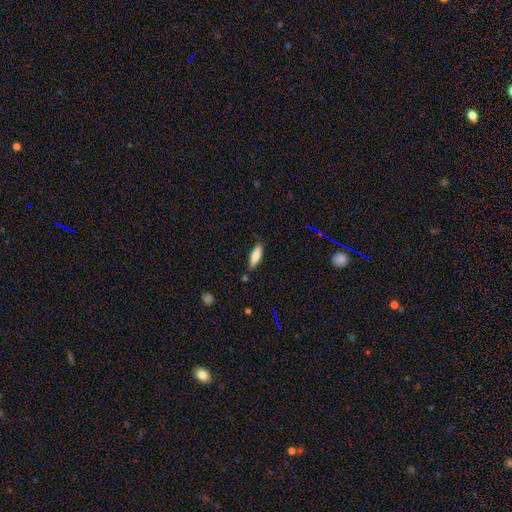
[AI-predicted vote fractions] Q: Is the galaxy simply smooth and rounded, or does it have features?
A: smooth — 79%.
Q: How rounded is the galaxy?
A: cigar-shaped — 57%.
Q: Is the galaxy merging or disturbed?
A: none — 81%.